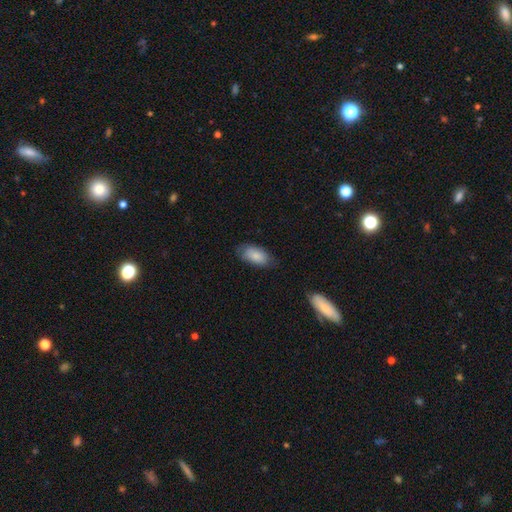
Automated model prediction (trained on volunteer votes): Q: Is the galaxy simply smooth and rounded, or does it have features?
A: smooth — 81%.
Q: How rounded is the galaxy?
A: in between — 93%.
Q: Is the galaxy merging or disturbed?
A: none — 71%.